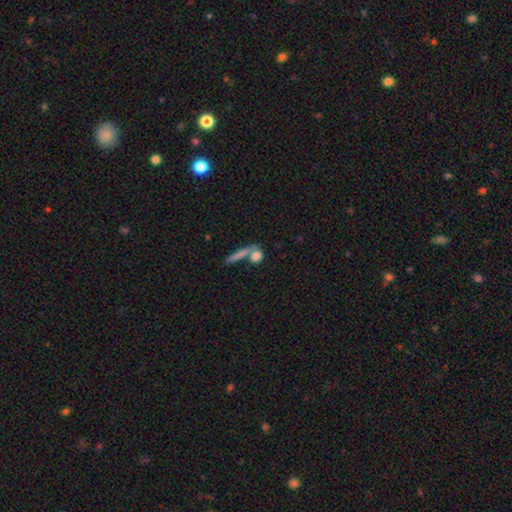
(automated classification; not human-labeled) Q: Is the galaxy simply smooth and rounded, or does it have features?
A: smooth — 75%.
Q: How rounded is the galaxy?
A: round — 45%.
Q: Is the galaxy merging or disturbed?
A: none — 56%.